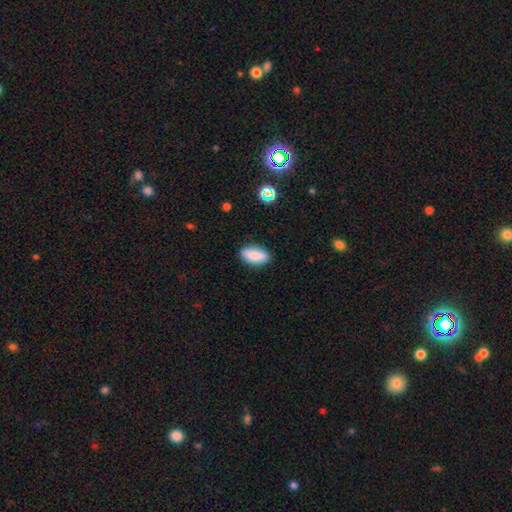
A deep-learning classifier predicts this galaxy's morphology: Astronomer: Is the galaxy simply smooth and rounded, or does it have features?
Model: smooth — 85%.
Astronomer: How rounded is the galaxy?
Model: in between — 87%.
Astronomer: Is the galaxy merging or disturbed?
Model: none — 85%.